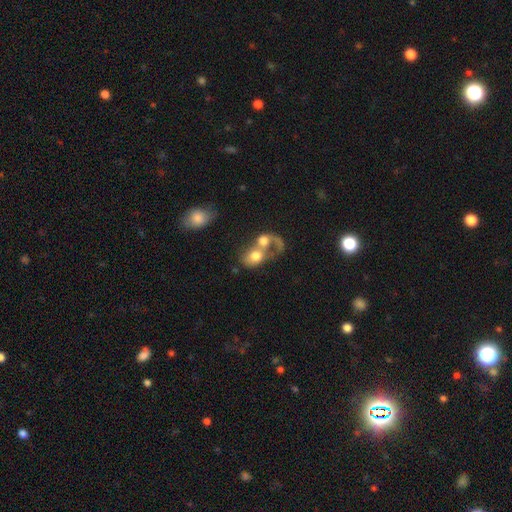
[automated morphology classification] A smooth galaxy with no disk features (56%) that is in between round and cigar-shaped (54%).

Vote fractions:
- Smooth or featured? smooth: 56% / featured or disk: 36% / star or artifact: 9%
- How rounded? in between: 54% / round: 44% / cigar-shaped: 2%
- Merging? merger: 75% / major disturbance: 12% / none: 9% / minor disturbance: 5%